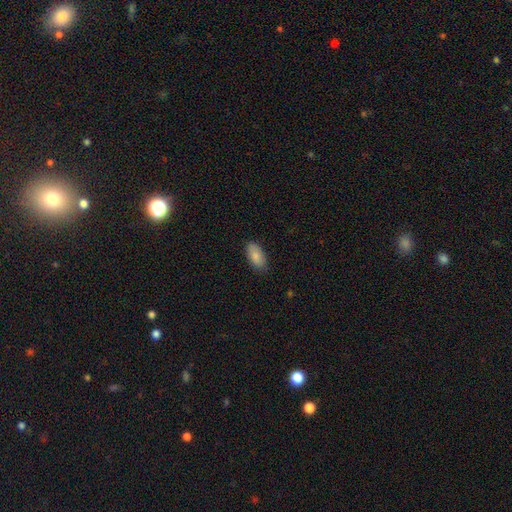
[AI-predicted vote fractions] Morphology: type=smooth (85%); roundness=in between (93%); merging=none (84%).